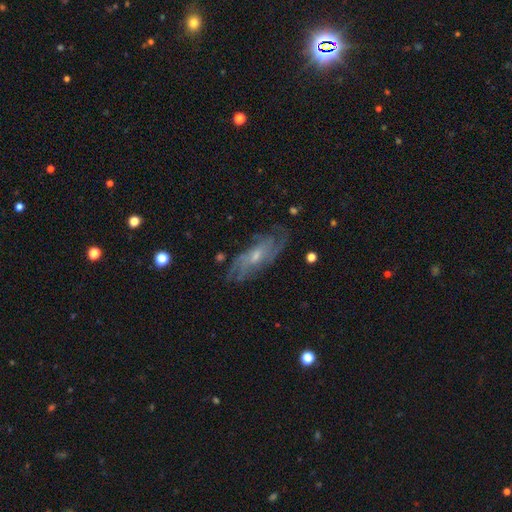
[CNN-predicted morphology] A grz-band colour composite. It shows a featured or disk galaxy (77%) with no bar (60%), tight (45%) spiral arms (89%) and a small central bulge (59%). Merging: none (69%).